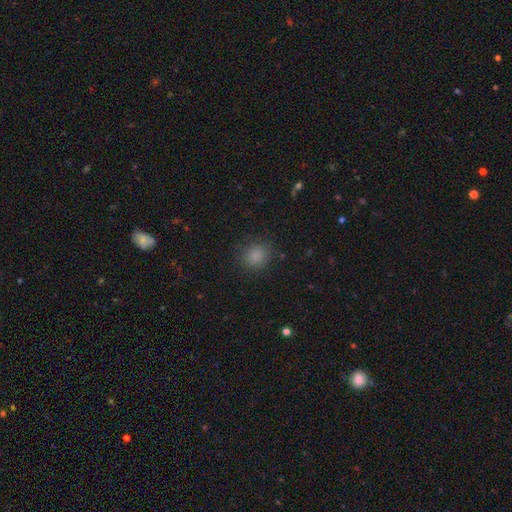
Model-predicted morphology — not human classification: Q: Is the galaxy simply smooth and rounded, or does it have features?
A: smooth — 84%.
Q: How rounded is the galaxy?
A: round — 83%.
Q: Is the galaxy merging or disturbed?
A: none — 86%.